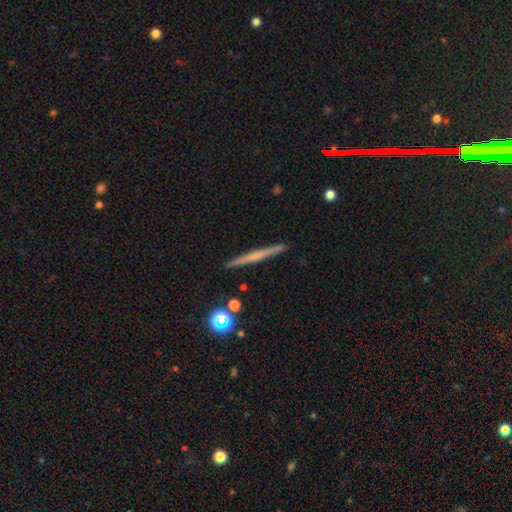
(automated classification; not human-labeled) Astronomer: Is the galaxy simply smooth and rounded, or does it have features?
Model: featured or disk — 53% (runner-up: smooth, 40%).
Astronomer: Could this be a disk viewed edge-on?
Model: yes — 98%.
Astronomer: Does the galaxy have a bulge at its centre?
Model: none — 68%.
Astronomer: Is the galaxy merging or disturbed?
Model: none — 92%.